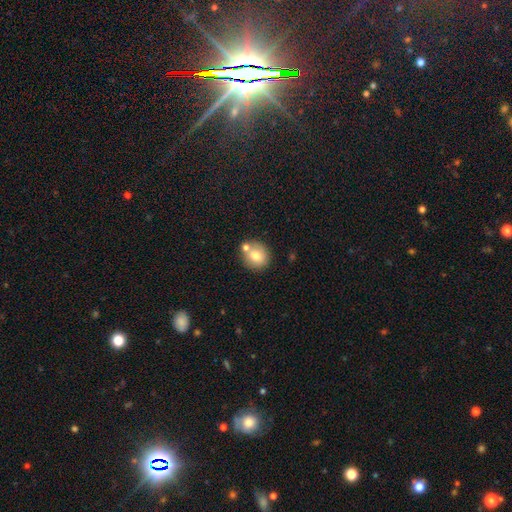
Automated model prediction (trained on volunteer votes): smooth-or-featured: smooth: 74% | featured or disk: 16% | star or artifact: 10%
  how-rounded: round: 86% | in between: 13% | cigar-shaped: 1%
  merging: none: 67% | merger: 20% | minor disturbance: 10% | major disturbance: 3%